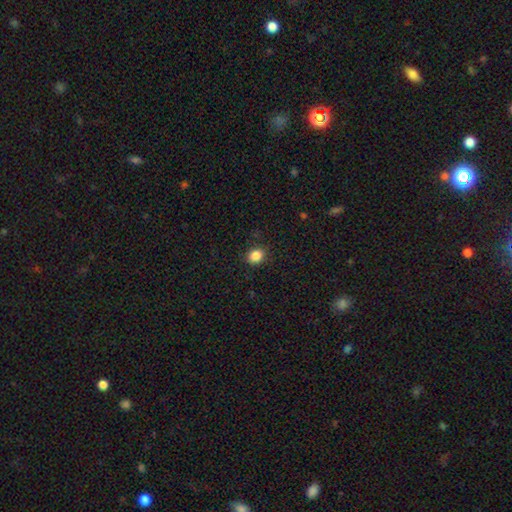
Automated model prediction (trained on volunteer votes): Smooth or featured? smooth (86%)
How rounded? round (56%)
Merging? none (89%)